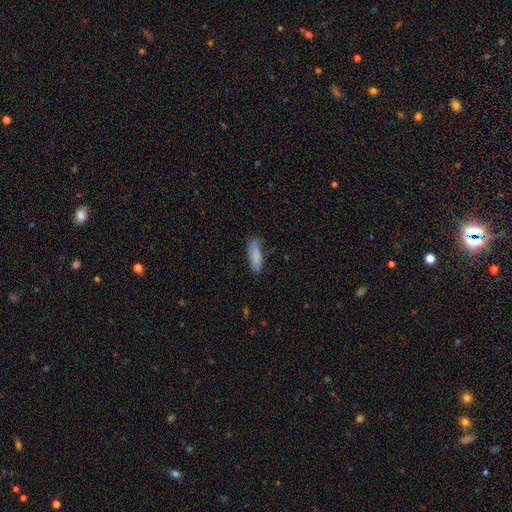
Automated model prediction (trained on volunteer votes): smooth_or_featured: smooth (p=0.83) [alt: featured or disk p=0.10]
how_rounded: cigar-shaped (p=0.52) [alt: in between p=0.47]
merging: none (p=0.68) [alt: minor disturbance p=0.24]